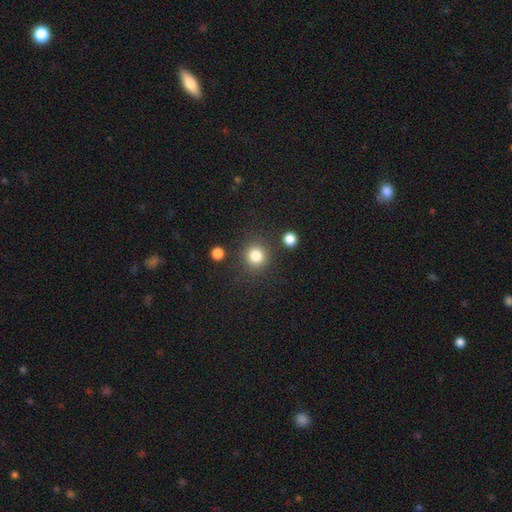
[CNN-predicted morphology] type=smooth (83%); roundness=round (91%); merging=none (85%).